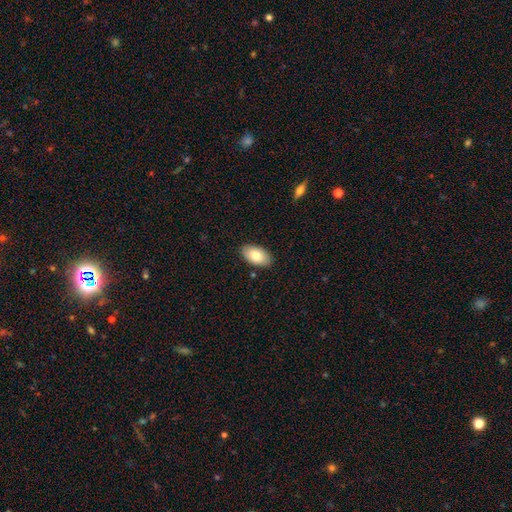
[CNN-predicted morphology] This is likely a smooth galaxy (79%). How rounded: clearly in between (94%). Merging: clearly none (87%).